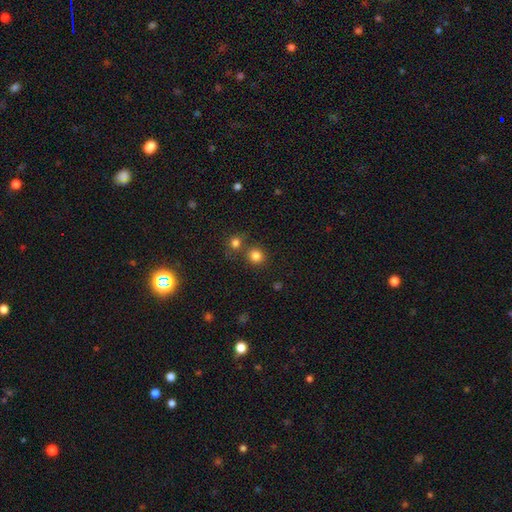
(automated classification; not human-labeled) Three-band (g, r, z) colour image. It shows a smooth galaxy with no disk features (82%) that is round (87%). Merging: none (70%).